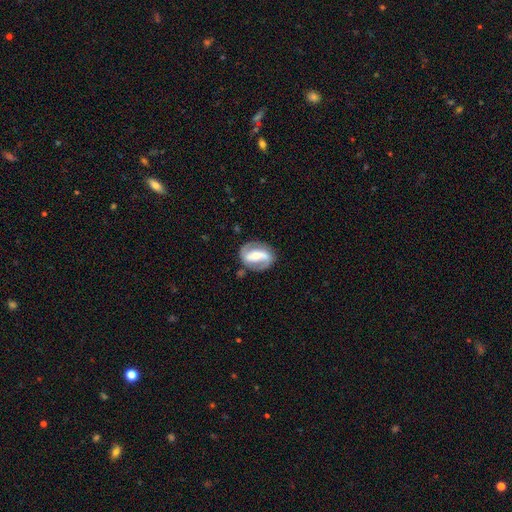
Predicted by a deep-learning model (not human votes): smooth-or-featured: featured or disk: 81% | smooth: 14% | star or artifact: 5%
  disk-edge-on: no: 96% | yes: 4%
    bar: strong: 54% | weak: 26% | no: 20%
    has-spiral-arms: yes: 89% | no: 11%
      spiral-winding: medium: 44% | loose: 28% | tight: 28%
      spiral-arm-count: 2: 88% | can't tell: 5% | 1: 4% | 3: 1% | 4: 1% | more than 4: 1%
    bulge-size: moderate: 54% | small: 38% | large: 5% | none: 2% | dominant: 1%
  merging: none: 78% | minor disturbance: 14% | major disturbance: 5% | merger: 2%